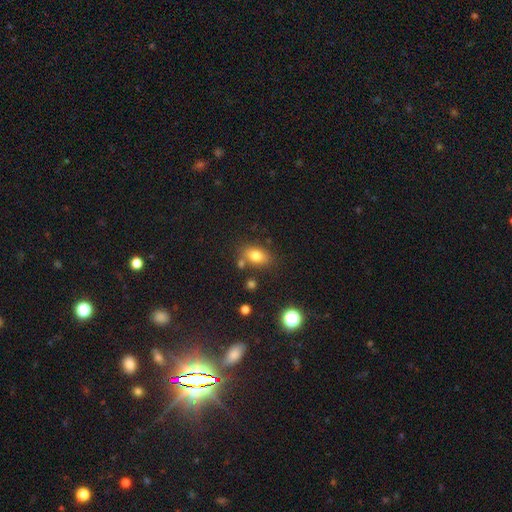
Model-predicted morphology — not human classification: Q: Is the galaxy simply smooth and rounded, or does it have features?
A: smooth — 78%.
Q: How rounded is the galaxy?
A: in between — 81%.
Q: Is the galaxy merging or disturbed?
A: none — 74%.